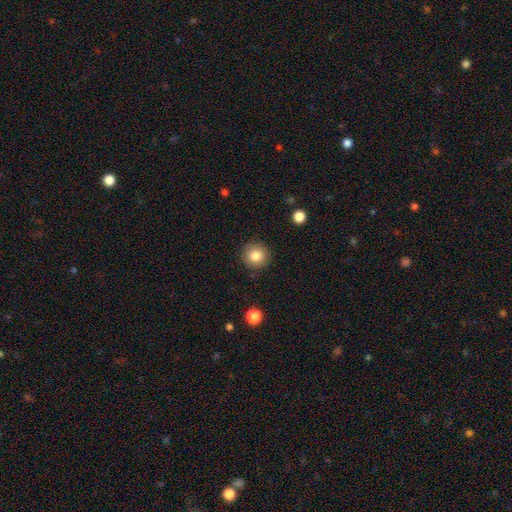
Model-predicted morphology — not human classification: smooth_or_featured: smooth (p=0.83) [alt: star or artifact p=0.10]
how_rounded: round (p=0.94) [alt: in between p=0.05]
merging: none (p=0.90) [alt: minor disturbance p=0.07]